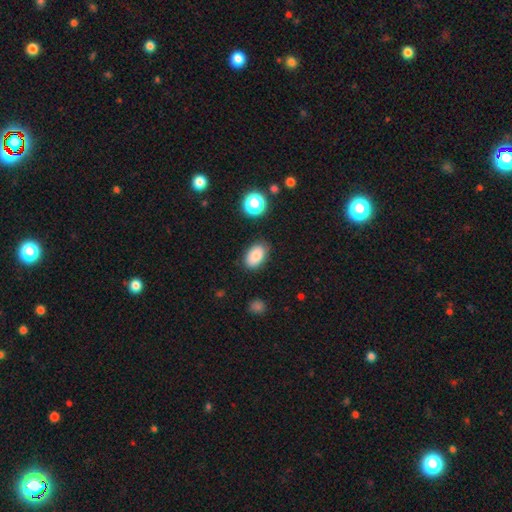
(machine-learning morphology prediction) A smooth galaxy with no disk features (84%) that is in between round and cigar-shaped (89%).

Vote fractions:
- Smooth or featured? smooth: 84% / star or artifact: 9% / featured or disk: 7%
- How rounded? in between: 89% / round: 9% / cigar-shaped: 1%
- Merging? none: 82% / minor disturbance: 13% / major disturbance: 3% / merger: 2%